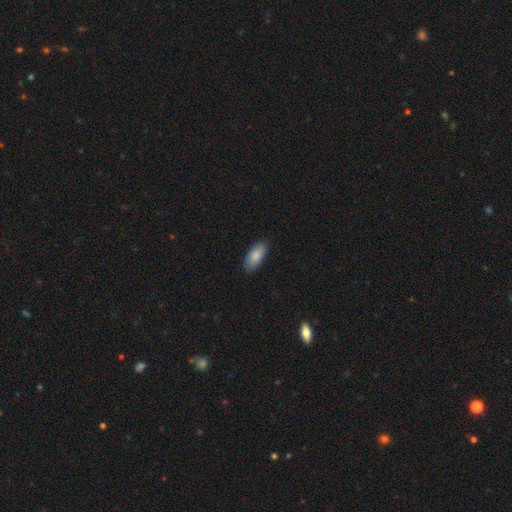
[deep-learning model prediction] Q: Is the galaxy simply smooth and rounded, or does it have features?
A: smooth — 86%.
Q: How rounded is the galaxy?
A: in between — 88%.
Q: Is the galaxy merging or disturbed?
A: none — 85%.